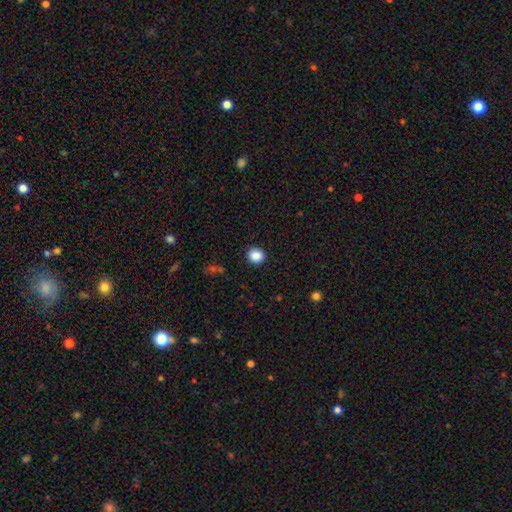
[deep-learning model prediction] Smooth or featured: smooth — 87% (star or artifact — 9%)
How rounded: round — 80% (in between — 19%)
Merging: none — 91% (minor disturbance — 6%)